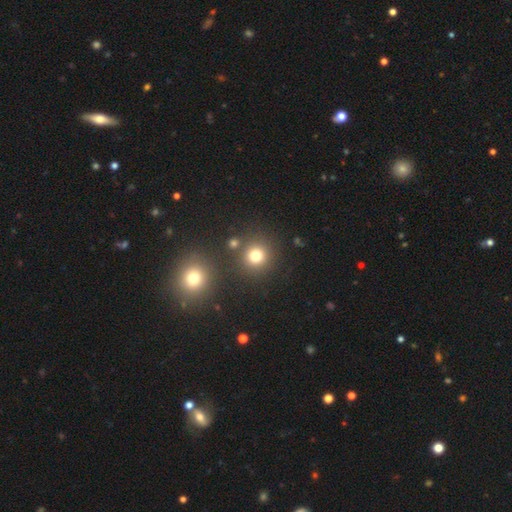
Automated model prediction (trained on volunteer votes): smooth_or_featured: smooth (p=0.76) [alt: star or artifact p=0.17]
how_rounded: round (p=0.92) [alt: in between p=0.07]
merging: none (p=0.80) [alt: merger p=0.09]